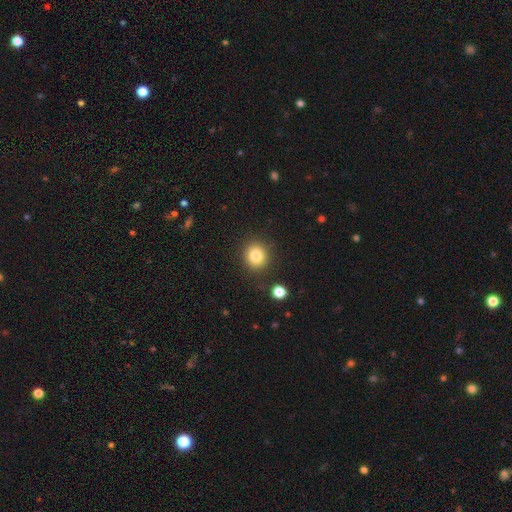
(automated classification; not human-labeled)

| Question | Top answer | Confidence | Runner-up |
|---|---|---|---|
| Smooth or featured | smooth | 83% | star or artifact (11%) |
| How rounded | round | 85% | in between (14%) |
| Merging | none | 87% | minor disturbance (8%) |